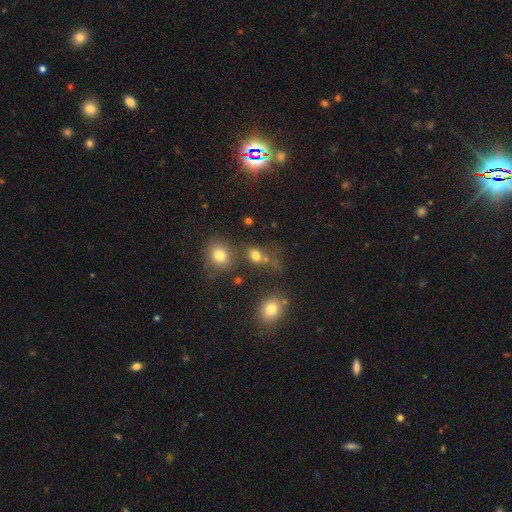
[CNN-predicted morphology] This is likely a smooth galaxy (73%). How rounded: possibly round (54%). Merging: possibly none (51%).